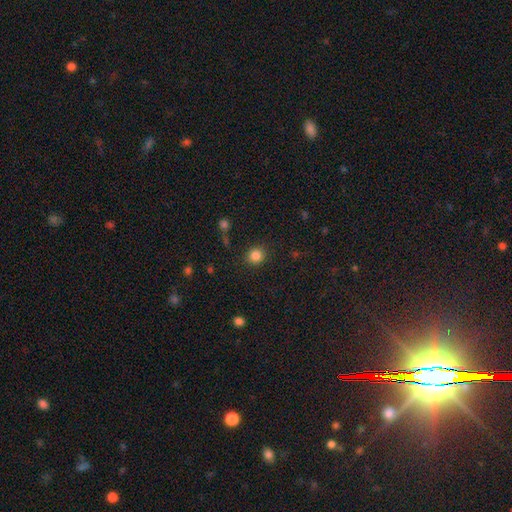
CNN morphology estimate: smooth-or-featured: smooth: 84% | star or artifact: 11% | featured or disk: 4%
  how-rounded: round: 87% | in between: 12% | cigar-shaped: 1%
  merging: none: 87% | minor disturbance: 8% | major disturbance: 3% | merger: 2%